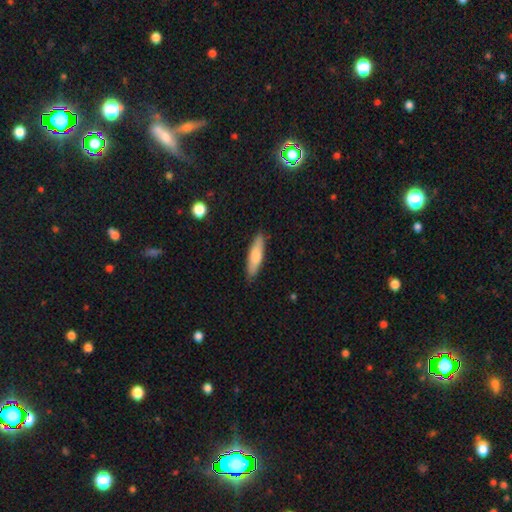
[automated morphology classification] Smooth or featured? Predicted: smooth (p=0.72). How rounded? Predicted: cigar-shaped (p=0.70). Merging? Predicted: none (p=0.87).